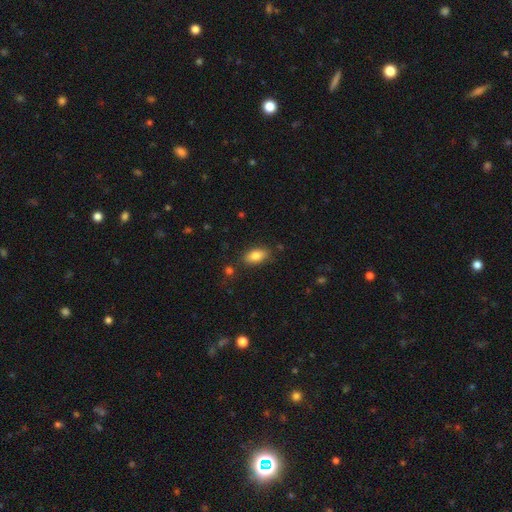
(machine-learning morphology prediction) The model was most divided on "merging": none: 83%, minor disturbance: 12%, major disturbance: 3%, merger: 3%. More confident: how rounded — in between (90%); smooth or featured — smooth (83%).